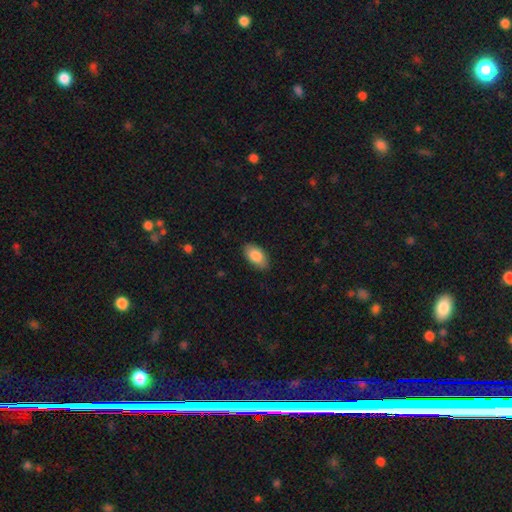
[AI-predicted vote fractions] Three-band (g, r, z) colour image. It shows a smooth galaxy with no disk features (86%) that is in between round and cigar-shaped (94%). Merging: none (86%).